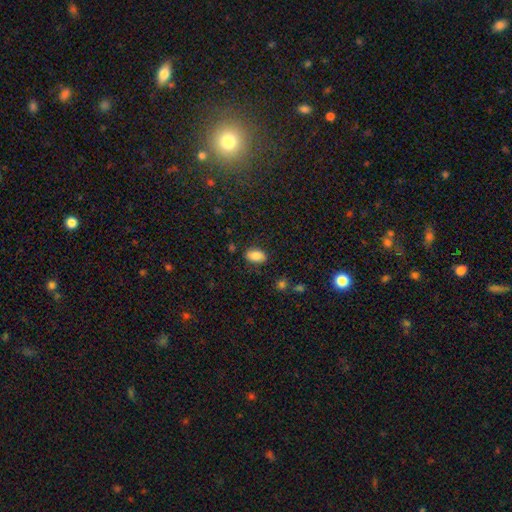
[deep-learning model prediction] This is clearly a smooth galaxy (84%). How rounded: clearly in between (91%). Merging: clearly none (84%).